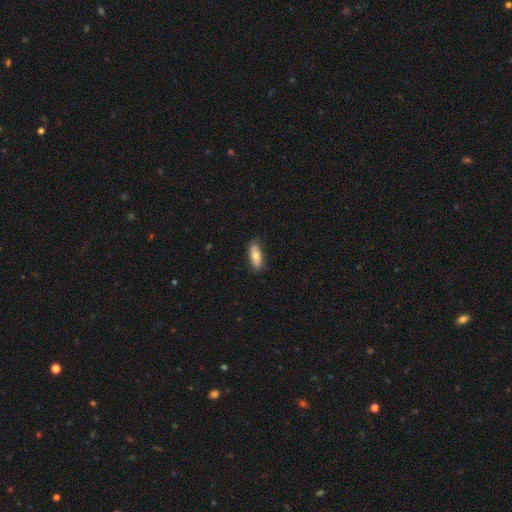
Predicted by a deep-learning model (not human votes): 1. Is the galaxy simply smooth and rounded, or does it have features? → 72% smooth, 21% featured or disk, 6% star or artifact.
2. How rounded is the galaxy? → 77% in between, 21% cigar-shaped, 3% round.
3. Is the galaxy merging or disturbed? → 81% none, 15% minor disturbance, 3% major disturbance, 1% merger.